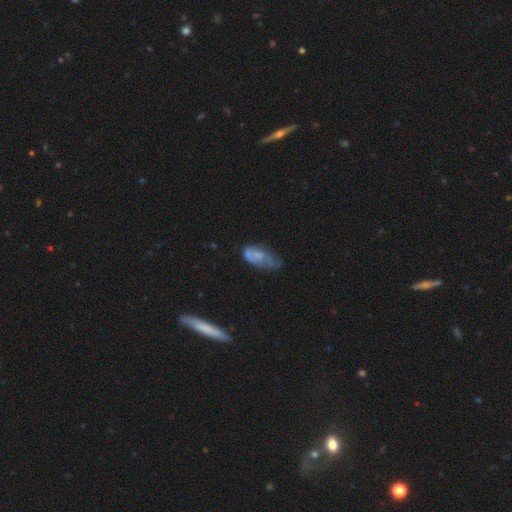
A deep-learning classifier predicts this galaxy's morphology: Smooth or featured? Predicted: smooth (p=0.46). Merging? Predicted: minor disturbance (p=0.34).